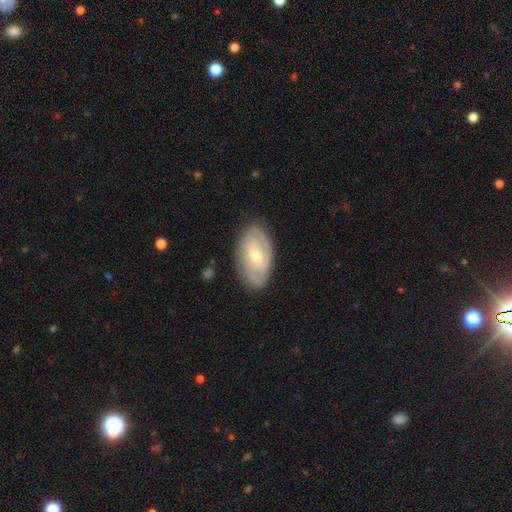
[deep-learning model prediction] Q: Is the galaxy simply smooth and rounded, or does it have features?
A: featured or disk — 64%.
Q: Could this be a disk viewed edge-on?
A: no — 93%.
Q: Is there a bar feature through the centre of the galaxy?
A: no — 47%.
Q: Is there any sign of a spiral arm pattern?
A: yes — 76%.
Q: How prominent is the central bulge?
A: small — 54%.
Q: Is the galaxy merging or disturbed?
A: none — 81%.